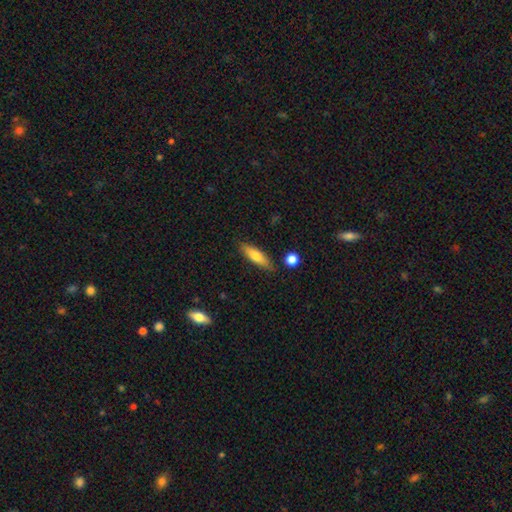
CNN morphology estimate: Smooth or featured: smooth — 69% (featured or disk — 24%)
How rounded: cigar-shaped — 56% (in between — 42%)
Merging: none — 81% (minor disturbance — 13%)